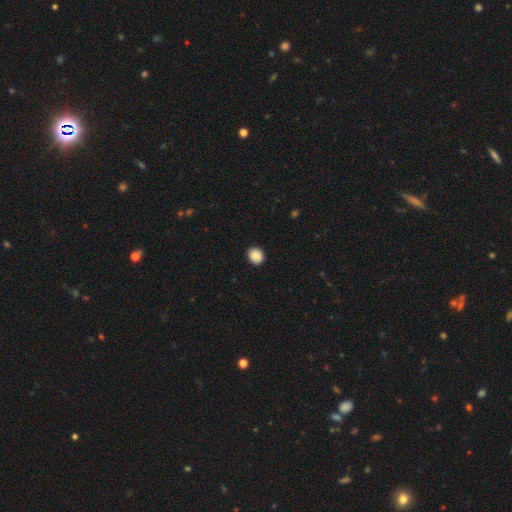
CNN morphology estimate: Q: Smooth or featured?
A: smooth (89%); runner-up: star or artifact (8%)
Q: How rounded?
A: round (80%); runner-up: in between (19%)
Q: Merging?
A: none (91%); runner-up: minor disturbance (6%)